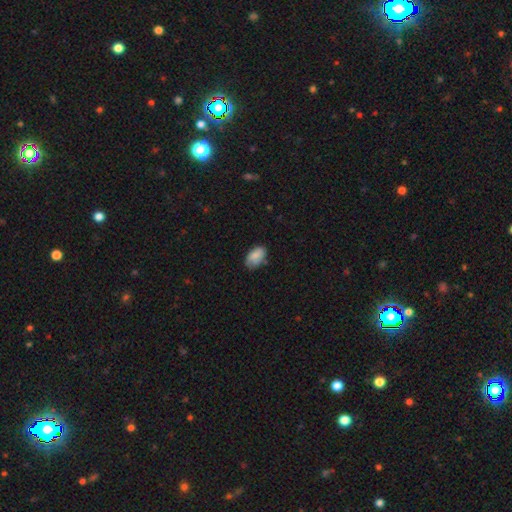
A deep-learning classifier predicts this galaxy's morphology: Smooth or featured: smooth — 83% (featured or disk — 10%)
How rounded: in between — 92% (round — 6%)
Merging: none — 66% (minor disturbance — 27%)